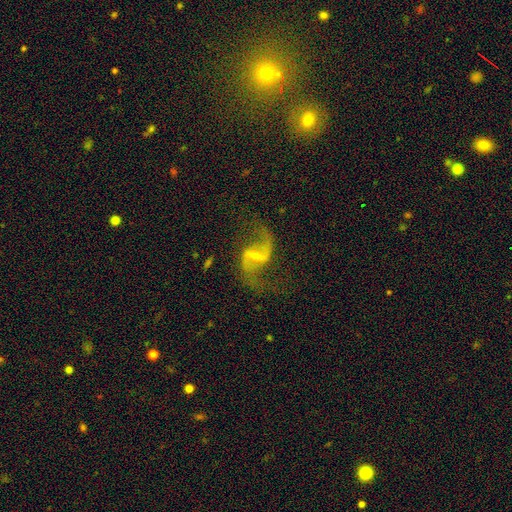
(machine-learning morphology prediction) Smooth or featured?
  - featured or disk: 91% *
  - star or artifact: 6%
  - smooth: 4%
Edge-on disk?
  - no: 98% *
  - yes: 2%
Bar?
  - weak: 50% *
  - strong: 31%
  - no: 18%
Spiral arms?
  - yes: 97% *
  - no: 3%
Spiral winding?
  - loose: 77% *
  - medium: 20%
  - tight: 4%
Spiral arm count?
  - 2: 94% *
  - 1: 2%
  - can't tell: 1%
  - 3: 1%
  - 4: 1%
  - more than 4: 1%
Bulge size?
  - small: 66% *
  - moderate: 24%
  - none: 7%
  - large: 2%
  - dominant: 1%
Merging?
  - none: 77% *
  - minor disturbance: 12%
  - major disturbance: 9%
  - merger: 2%